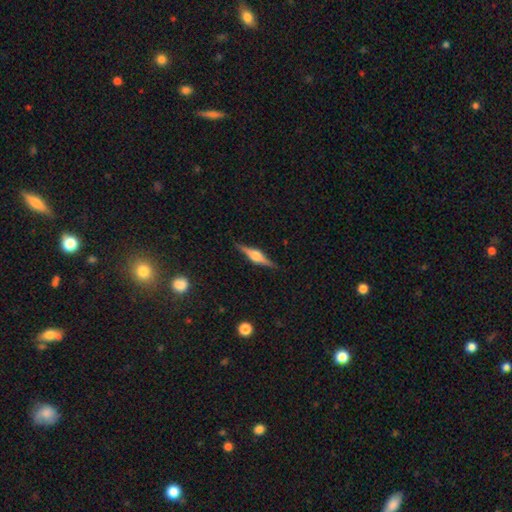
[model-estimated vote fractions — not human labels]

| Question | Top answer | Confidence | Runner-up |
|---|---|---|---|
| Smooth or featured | featured or disk | 80% | smooth (14%) |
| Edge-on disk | yes | 98% | no (2%) |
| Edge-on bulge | rounded | 90% | boxy (8%) |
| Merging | none | 90% | minor disturbance (7%) |